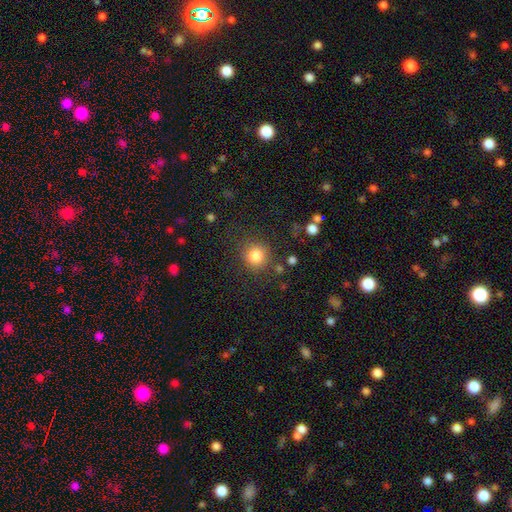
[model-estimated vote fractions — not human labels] Smooth or featured: smooth — 84% (star or artifact — 11%)
How rounded: round — 91% (in between — 8%)
Merging: none — 83% (minor disturbance — 9%)